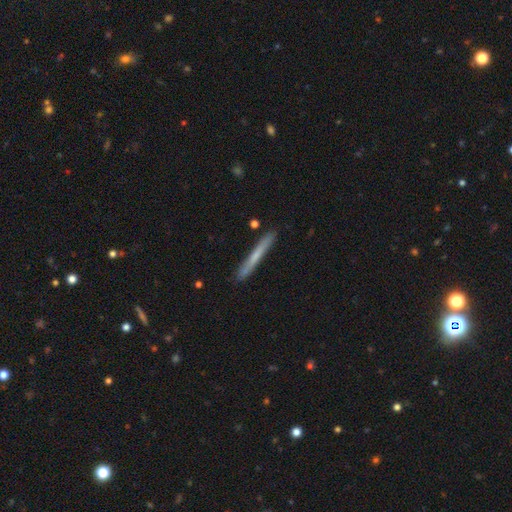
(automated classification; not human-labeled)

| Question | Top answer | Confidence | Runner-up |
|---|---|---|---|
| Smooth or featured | smooth | 57% | featured or disk (37%) |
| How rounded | cigar-shaped | 97% | in between (2%) |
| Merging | none | 87% | minor disturbance (9%) |